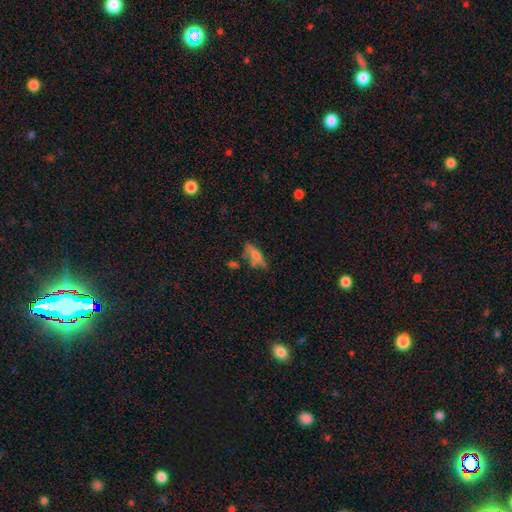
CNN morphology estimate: smooth 48%, featured or disk 42%, star or artifact 10%. Down the decision tree: merging — none (46%).